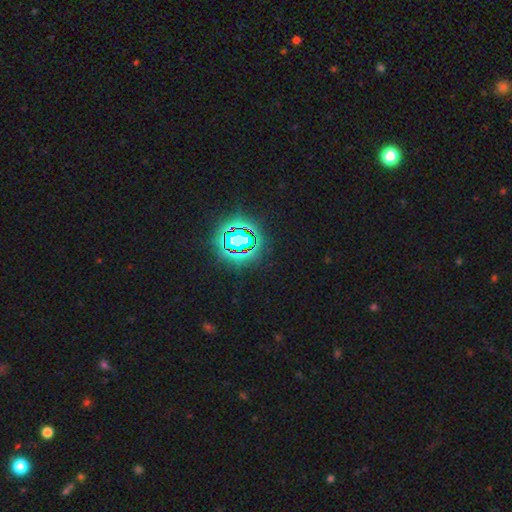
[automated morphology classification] Q: Smooth or featured?
A: star or artifact (83%); runner-up: smooth (11%)